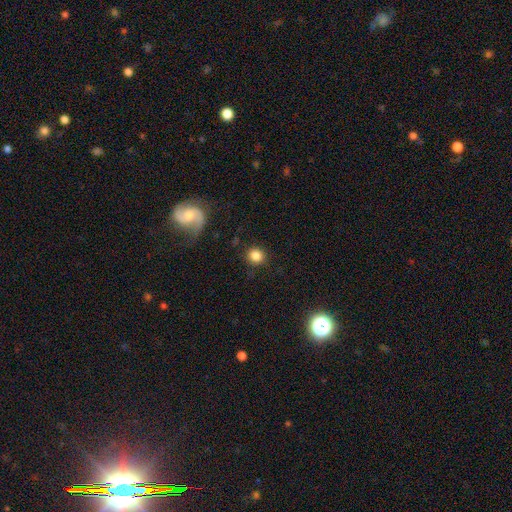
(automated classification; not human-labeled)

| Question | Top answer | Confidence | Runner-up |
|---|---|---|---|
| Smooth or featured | smooth | 84% | star or artifact (11%) |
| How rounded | round | 90% | in between (9%) |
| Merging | none | 88% | minor disturbance (7%) |